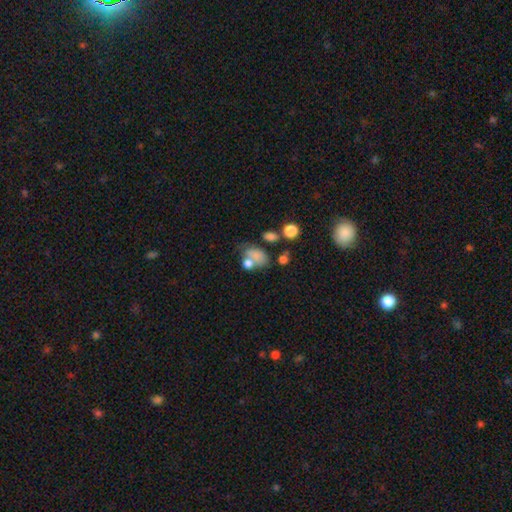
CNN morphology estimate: smooth-or-featured: smooth: 70% | featured or disk: 17% | star or artifact: 13%
  how-rounded: in between: 75% | round: 23% | cigar-shaped: 2%
  merging: merger: 34% | none: 31% | minor disturbance: 19% | major disturbance: 16%